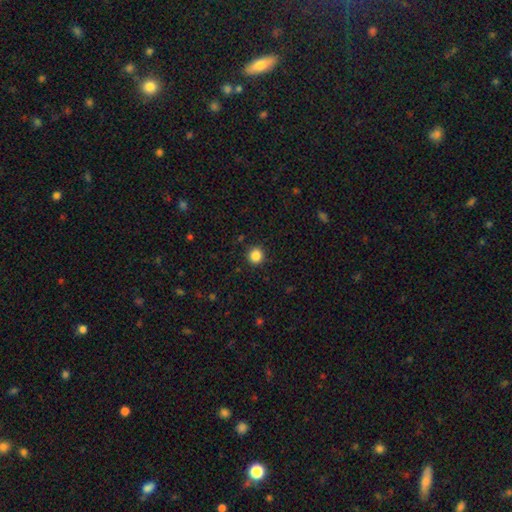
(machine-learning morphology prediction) smooth-or-featured: smooth: 86% | star or artifact: 11% | featured or disk: 3%
  how-rounded: round: 93% | in between: 6% | cigar-shaped: 1%
  merging: none: 91% | minor disturbance: 6% | major disturbance: 2% | merger: 1%